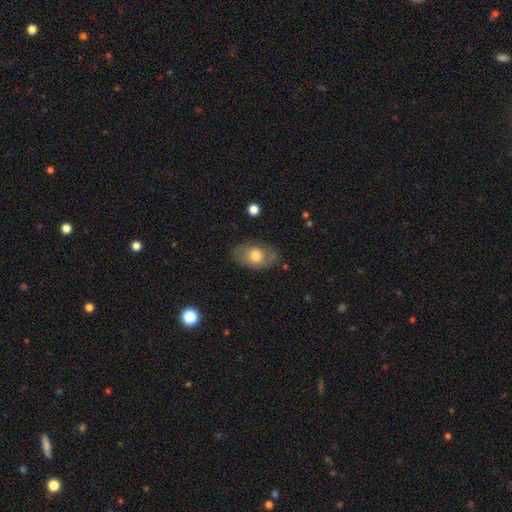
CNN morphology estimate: This appears to be a smooth galaxy with no disk features (66%) that is in between round and cigar-shaped (86%). Merging: none (75%).